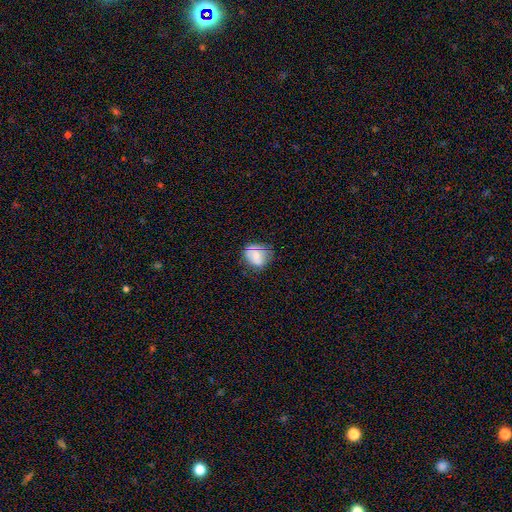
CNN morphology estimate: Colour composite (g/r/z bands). It shows a smooth galaxy with no disk features (59%) that is round (71%). Merging: none (68%).